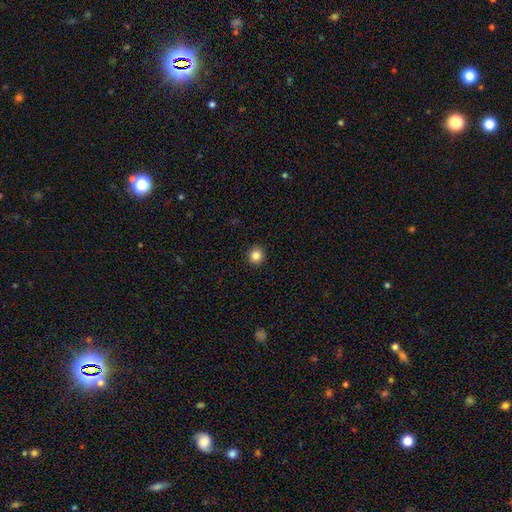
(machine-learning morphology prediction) Smooth or featured? smooth (85%)
How rounded? round (93%)
Merging? none (93%)